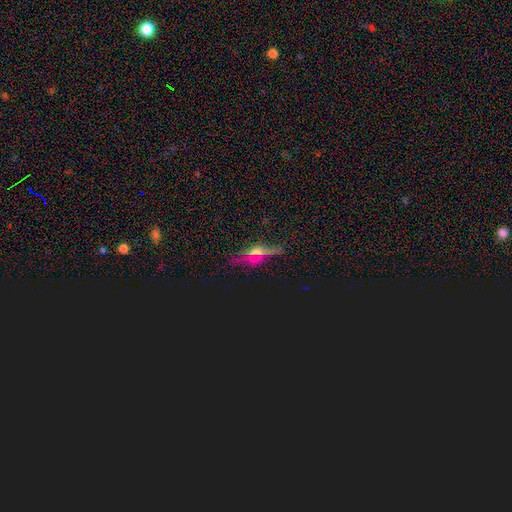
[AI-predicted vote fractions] A star or artifact, not a galaxy (38%).